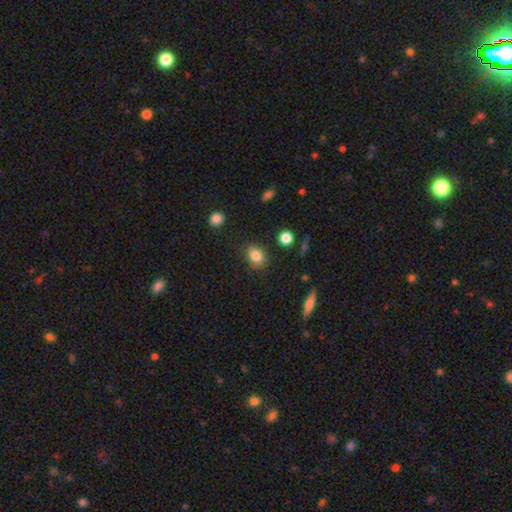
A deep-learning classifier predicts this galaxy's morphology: smooth-or-featured: smooth: 84% | star or artifact: 10% | featured or disk: 7%
  how-rounded: in between: 59% | round: 40% | cigar-shaped: 1%
  merging: none: 82% | minor disturbance: 13% | major disturbance: 3% | merger: 2%